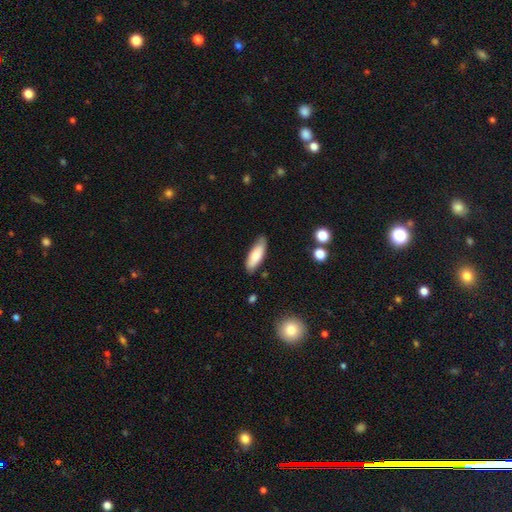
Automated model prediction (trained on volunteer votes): Overall: smooth (80%). How rounded: in between (60%; cigar-shaped 39%). Merging: none (80%).